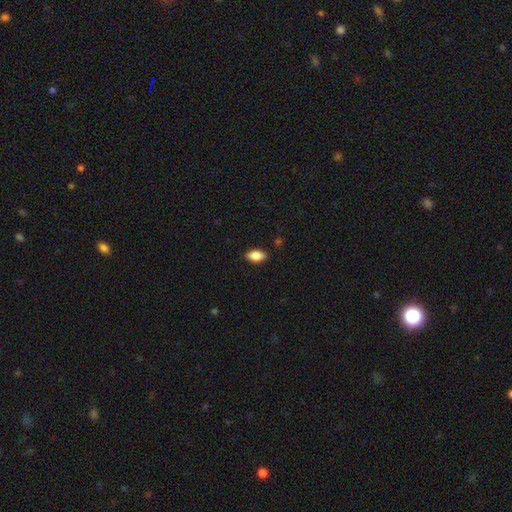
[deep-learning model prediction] Smooth or featured? Predicted: smooth (p=0.82). How rounded? Predicted: in between (p=0.90). Merging? Predicted: none (p=0.87).